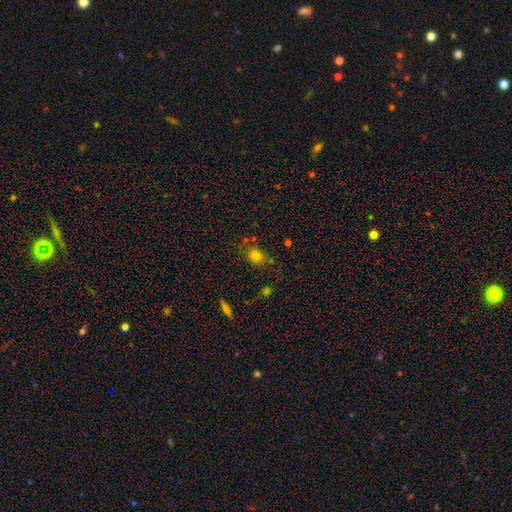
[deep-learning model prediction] Smooth or featured? Predicted: smooth (p=0.76). How rounded? Predicted: round (p=0.57). Merging? Predicted: none (p=0.73).